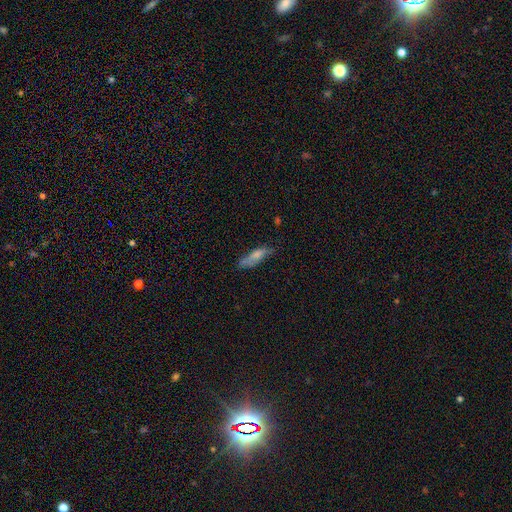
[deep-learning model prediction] Q: Smooth or featured?
A: smooth (69%); runner-up: featured or disk (23%)
Q: How rounded?
A: cigar-shaped (50%); runner-up: in between (48%)
Q: Merging?
A: none (53%); runner-up: minor disturbance (31%)